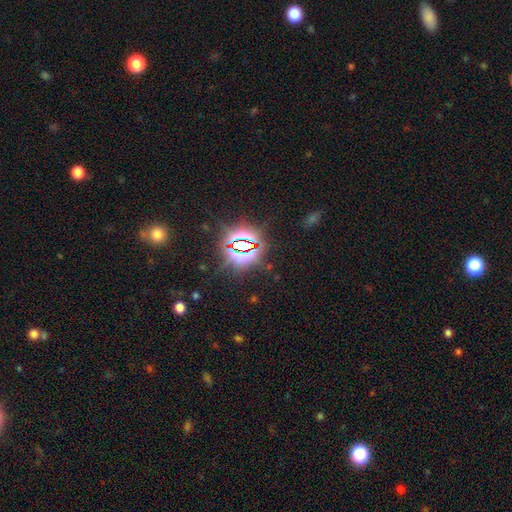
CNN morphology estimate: Q: Smooth or featured?
A: star or artifact (81%); runner-up: smooth (12%)